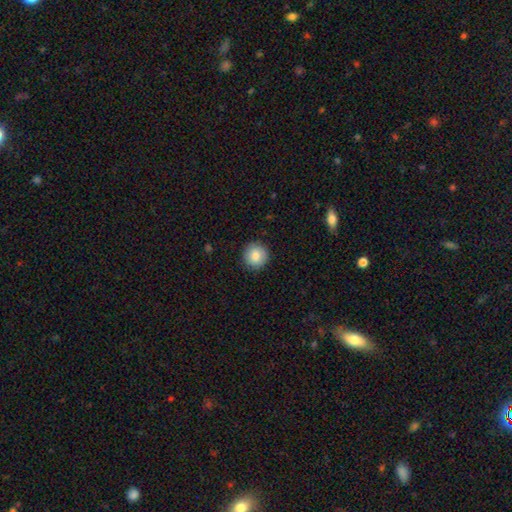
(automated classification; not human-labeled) Smooth or featured?
  - smooth: 85% *
  - star or artifact: 8%
  - featured or disk: 7%
How rounded?
  - round: 94% *
  - in between: 5%
  - cigar-shaped: 1%
Merging?
  - none: 90% *
  - minor disturbance: 7%
  - major disturbance: 2%
  - merger: 1%